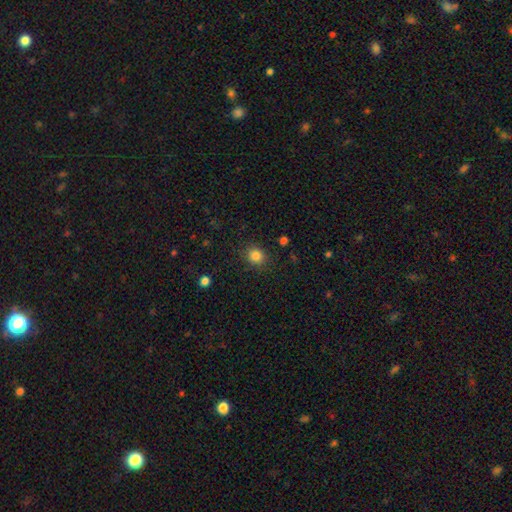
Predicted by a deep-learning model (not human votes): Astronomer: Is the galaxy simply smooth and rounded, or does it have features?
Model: smooth — 84%.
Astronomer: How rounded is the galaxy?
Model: round — 79%.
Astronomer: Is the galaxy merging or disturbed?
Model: none — 86%.